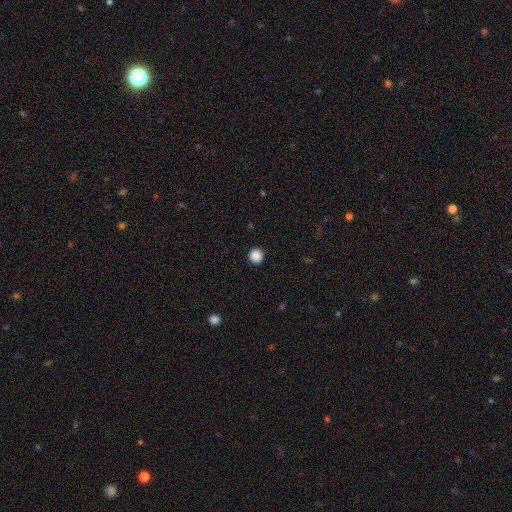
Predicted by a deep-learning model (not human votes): Smooth or featured?
  - smooth: 88% *
  - star or artifact: 10%
  - featured or disk: 2%
How rounded?
  - round: 96% *
  - in between: 3%
  - cigar-shaped: 1%
Merging?
  - none: 93% *
  - minor disturbance: 4%
  - major disturbance: 2%
  - merger: 1%